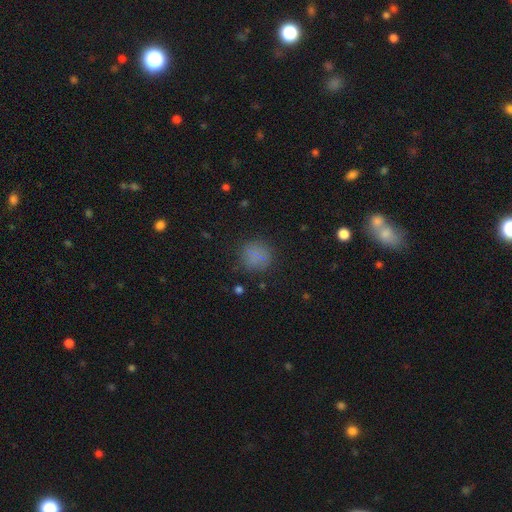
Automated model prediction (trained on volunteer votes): A smooth galaxy with no disk features (78%) that is round (89%). Merging: none (80%).